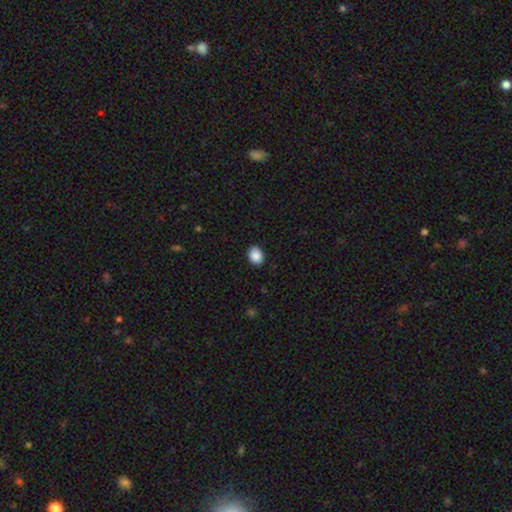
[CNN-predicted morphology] This appears to be a smooth galaxy with no disk features (89%) that is in between round and cigar-shaped (57%). Merging: none (89%).